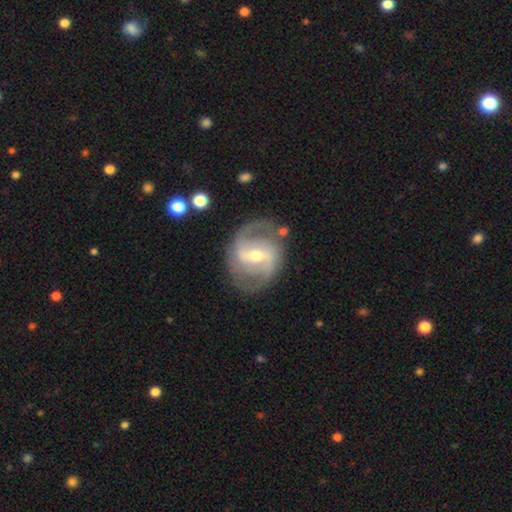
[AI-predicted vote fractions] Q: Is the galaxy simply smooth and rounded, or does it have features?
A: featured or disk — 85%.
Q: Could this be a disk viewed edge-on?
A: no — 96%.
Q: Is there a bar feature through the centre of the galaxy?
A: strong — 44%.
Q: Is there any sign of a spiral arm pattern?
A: yes — 92%.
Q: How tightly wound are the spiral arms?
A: medium — 51%.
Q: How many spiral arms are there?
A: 2 — 80%.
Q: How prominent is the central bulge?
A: moderate — 54%.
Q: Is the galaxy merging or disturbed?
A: none — 76%.